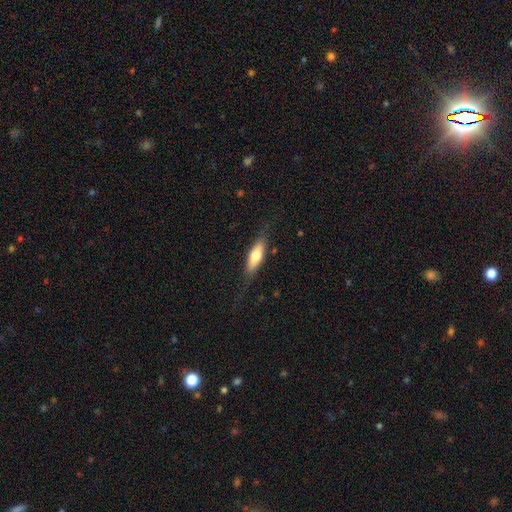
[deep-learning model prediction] Smooth or featured? Predicted: smooth (p=0.64). How rounded? Predicted: in between (p=0.52). Merging? Predicted: none (p=0.74).